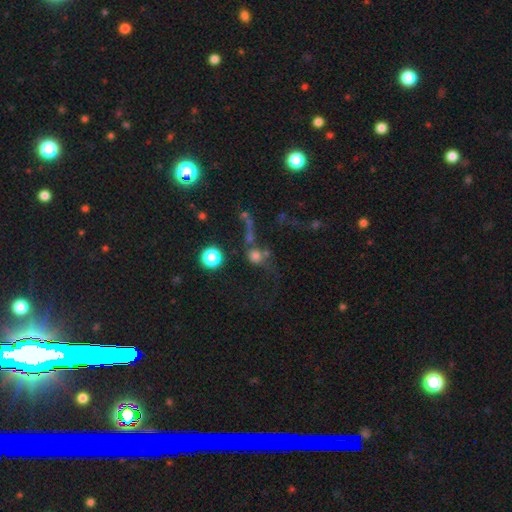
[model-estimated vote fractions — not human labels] The model was most divided on "merging": none: 43%, merger: 25%, major disturbance: 20%, minor disturbance: 12%. More confident: how rounded — round (81%); smooth or featured — smooth (64%).